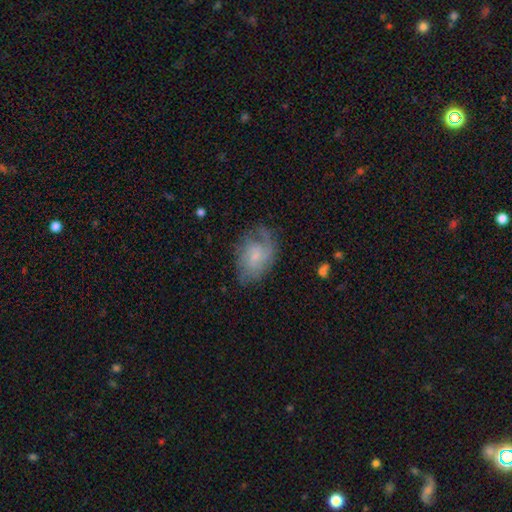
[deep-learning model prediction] Smooth or featured? featured or disk (68%)
Edge-on disk? no (97%)
Bar? no (59%)
Spiral arms? yes (88%)
Spiral winding? medium (42%)
Spiral arm count? 2 (36%)
Bulge size? small (66%)
Merging? none (61%)